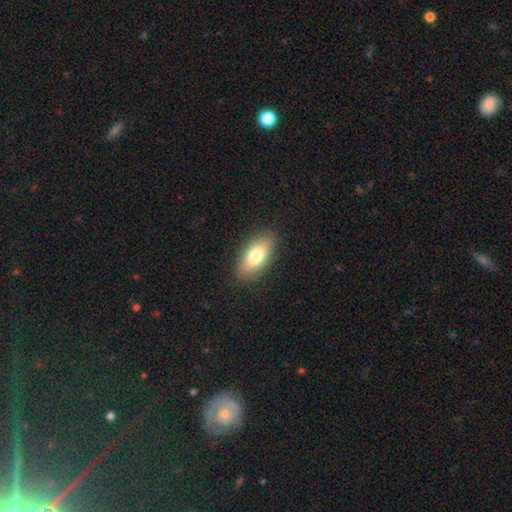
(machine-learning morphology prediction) A smooth galaxy with no disk features (77%) that is in between round and cigar-shaped (88%).

Vote fractions:
- Smooth or featured? smooth: 77% / featured or disk: 16% / star or artifact: 7%
- How rounded? in between: 88% / cigar-shaped: 9% / round: 3%
- Merging? none: 87% / minor disturbance: 9% / major disturbance: 3% / merger: 1%